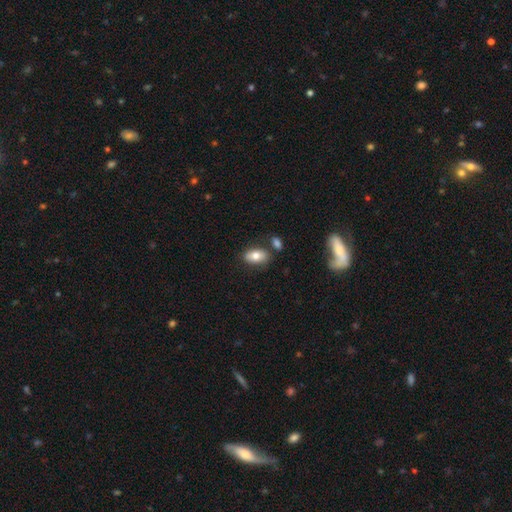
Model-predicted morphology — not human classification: smooth-or-featured: smooth: 75% | featured or disk: 17% | star or artifact: 8%
  how-rounded: in between: 89% | round: 7% | cigar-shaped: 4%
  merging: none: 74% | minor disturbance: 13% | merger: 10% | major disturbance: 3%